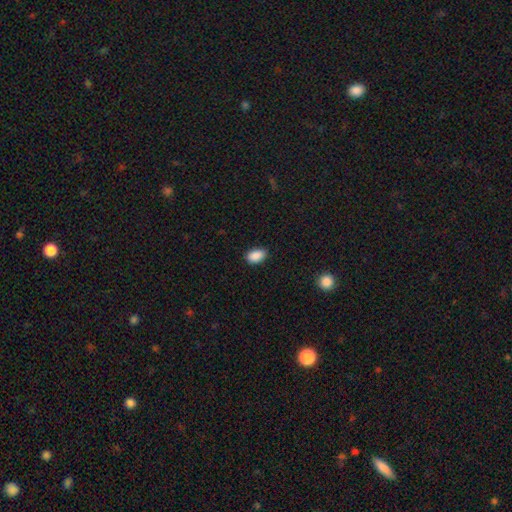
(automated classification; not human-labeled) Morphology: type=smooth (89%); roundness=in between (89%); merging=none (85%).